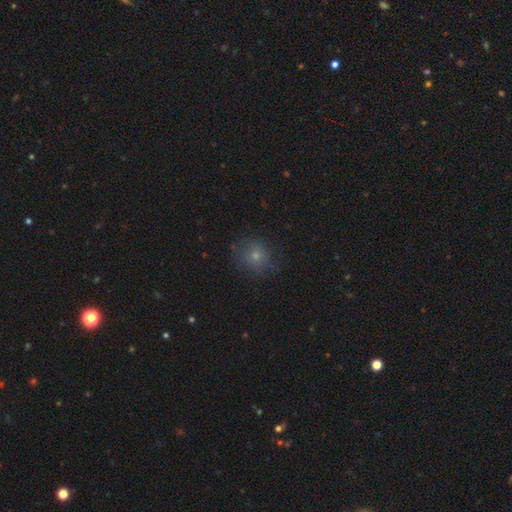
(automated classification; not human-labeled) Q: Smooth or featured?
A: smooth (62%); runner-up: star or artifact (22%)
Q: How rounded?
A: round (81%); runner-up: in between (18%)
Q: Merging?
A: none (77%); runner-up: minor disturbance (15%)